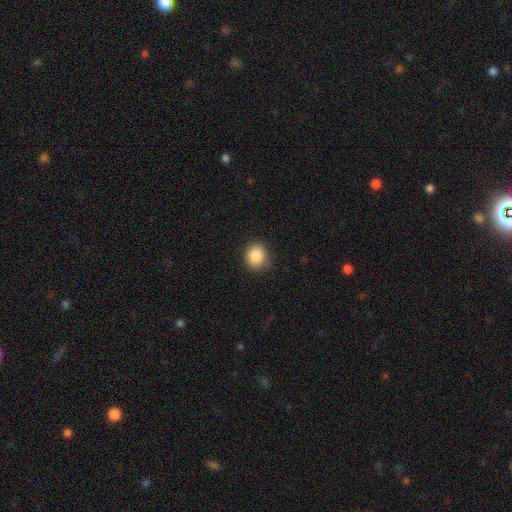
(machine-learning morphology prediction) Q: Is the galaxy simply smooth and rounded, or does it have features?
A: smooth — 87%.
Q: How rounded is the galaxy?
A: round — 83%.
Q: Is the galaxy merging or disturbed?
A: none — 86%.